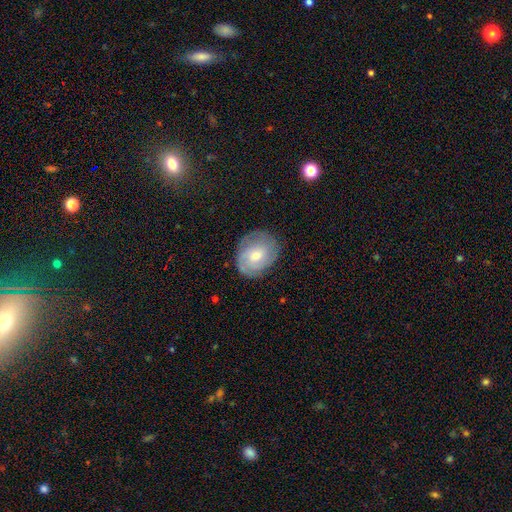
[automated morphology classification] Smooth or featured: featured or disk — 46% (tied with smooth — 46%)
Merging: none — 79% (minor disturbance — 16%)